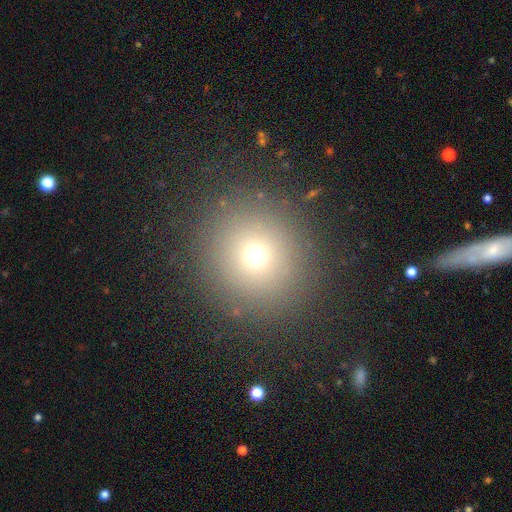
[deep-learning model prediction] This is likely a smooth galaxy (69%). How rounded: clearly round (92%). Merging: clearly none (89%).